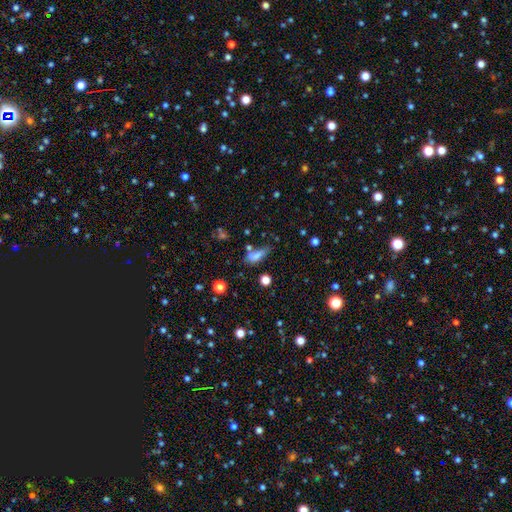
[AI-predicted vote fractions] A smooth galaxy with no disk features (71%) that is in between round and cigar-shaped (64%). Merging: none (40%).